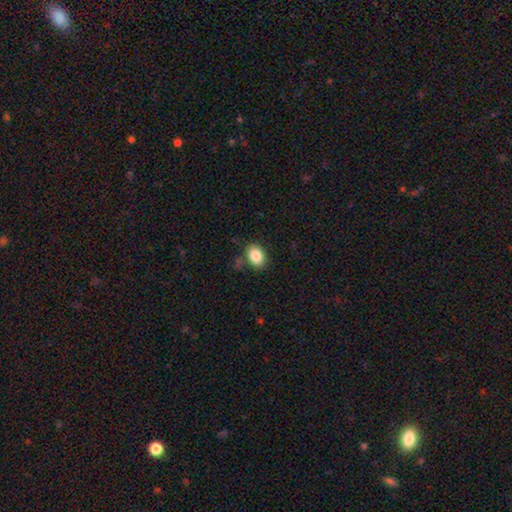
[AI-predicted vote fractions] Morphology: type=smooth (85%); roundness=in between (72%); merging=none (78%).